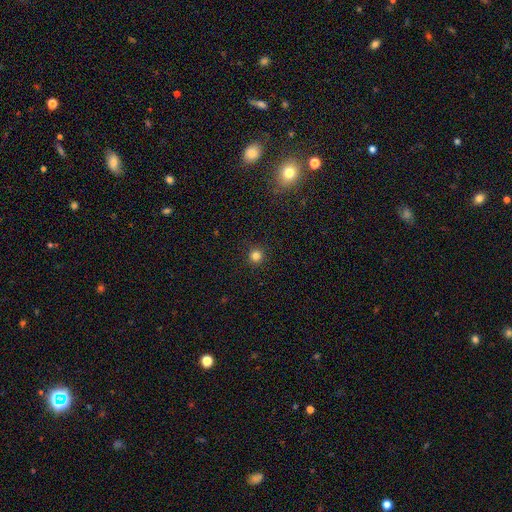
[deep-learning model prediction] The model was most divided on "smooth or featured": smooth: 81%, star or artifact: 14%, featured or disk: 4%. More confident: how rounded — round (96%); merging — none (93%).